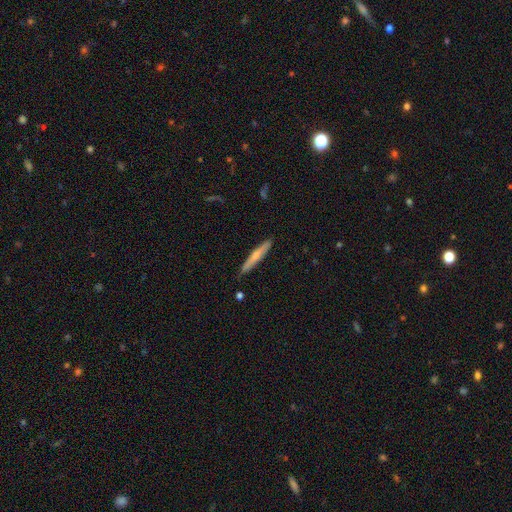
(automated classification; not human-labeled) This is possibly a smooth galaxy (53%). How rounded: clearly cigar-shaped (93%). Merging: clearly none (87%).